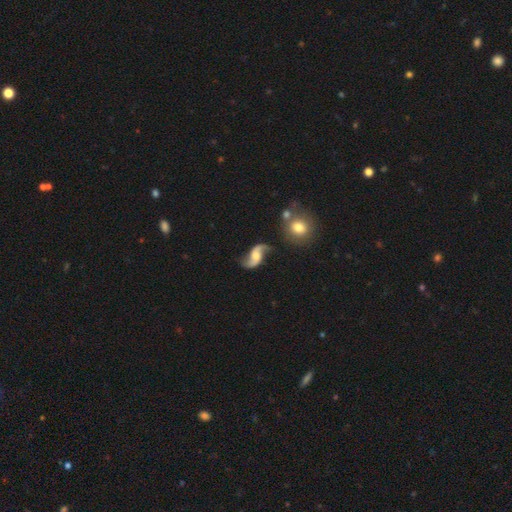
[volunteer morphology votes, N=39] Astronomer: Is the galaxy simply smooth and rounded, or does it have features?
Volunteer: featured or disk — 95%.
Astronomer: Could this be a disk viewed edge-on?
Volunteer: no — 97%.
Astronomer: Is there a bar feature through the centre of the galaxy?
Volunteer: no — 53% (runner-up: weak, 36%).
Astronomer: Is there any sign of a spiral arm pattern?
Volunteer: yes — 94%.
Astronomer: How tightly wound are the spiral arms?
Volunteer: loose — 82%.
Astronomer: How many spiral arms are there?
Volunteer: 2 — 100%.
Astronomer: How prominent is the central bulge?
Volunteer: moderate — 50% (runner-up: small, 28%).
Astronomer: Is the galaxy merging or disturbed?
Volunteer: none — 66%.